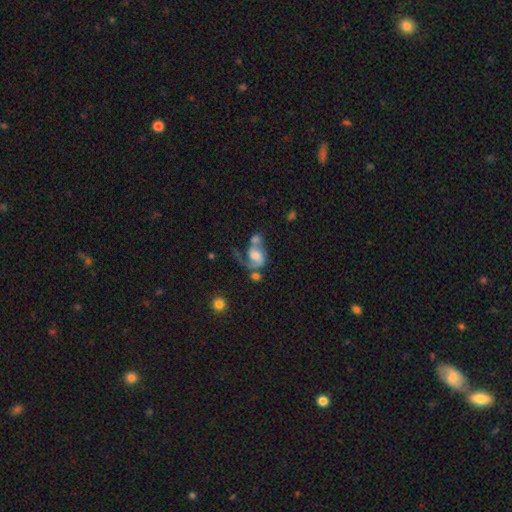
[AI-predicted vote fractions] A featured or disk galaxy (73%) with no bar (58%), 1 (51%) loose (43%) spiral arms (90%) and a moderate central bulge (37%).

Vote fractions:
- Smooth or featured? featured or disk: 73% / smooth: 19% / star or artifact: 8%
- Edge-on disk? no: 98% / yes: 2%
- Bar? no: 58% / weak: 33% / strong: 9%
- Spiral arms? yes: 90% / no: 10%
- Spiral winding? loose: 43% / medium: 41% / tight: 16%
- Spiral arm count? 1: 51% / 2: 42% / can't tell: 4% / 3: 1% / 4: 1% / more than 4: 1%
- Bulge size? moderate: 37% / large: 26% / small: 19% / none: 14% / dominant: 4%
- Merging? merger: 39% / major disturbance: 28% / none: 21% / minor disturbance: 12%